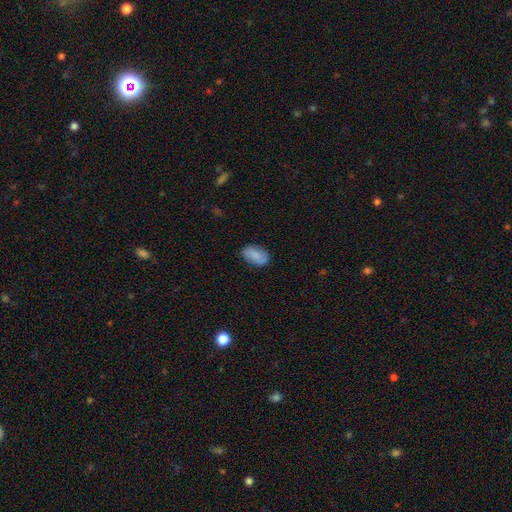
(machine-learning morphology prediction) smooth-or-featured: smooth: 82% | featured or disk: 11% | star or artifact: 7%
  how-rounded: in between: 91% | round: 7% | cigar-shaped: 2%
  merging: none: 80% | minor disturbance: 15% | major disturbance: 3% | merger: 1%